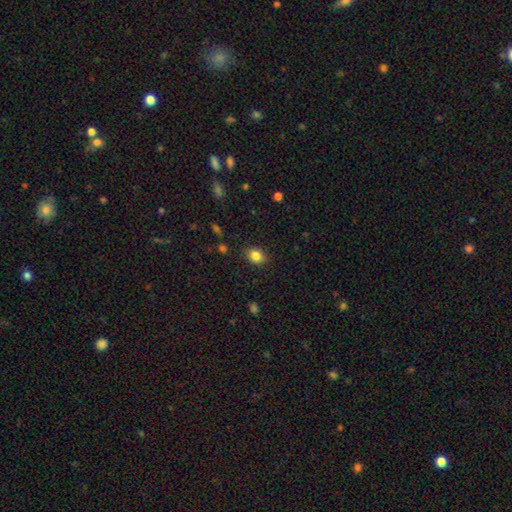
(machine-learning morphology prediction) Smooth or featured? smooth (84%)
How rounded? in between (53%)
Merging? none (87%)